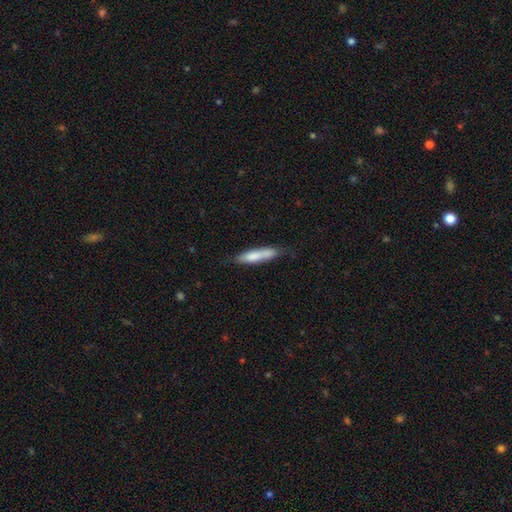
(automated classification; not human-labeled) smooth-or-featured: smooth: 76% | featured or disk: 18% | star or artifact: 5%
  how-rounded: cigar-shaped: 82% | in between: 16% | round: 1%
  merging: none: 71% | minor disturbance: 22% | major disturbance: 4% | merger: 2%